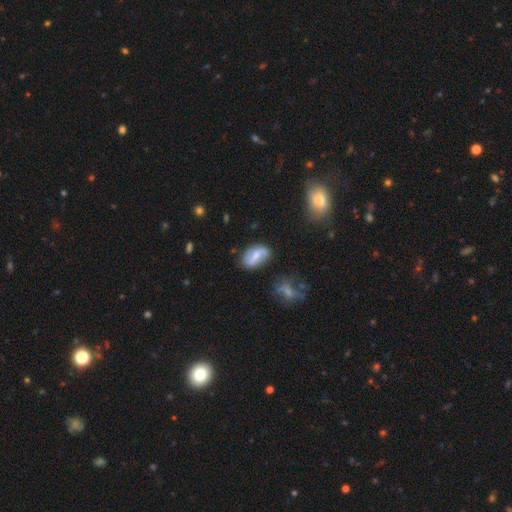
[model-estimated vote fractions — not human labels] Q: Smooth or featured?
A: featured or disk (55%); runner-up: smooth (38%)
Q: Edge-on disk?
A: no (95%); runner-up: yes (5%)
Q: Bar?
A: weak (45%); runner-up: strong (31%)
Q: Spiral arms?
A: yes (78%); runner-up: no (22%)
Q: Bulge size?
A: small (43%); runner-up: moderate (41%)
Q: Merging?
A: none (76%); runner-up: minor disturbance (16%)